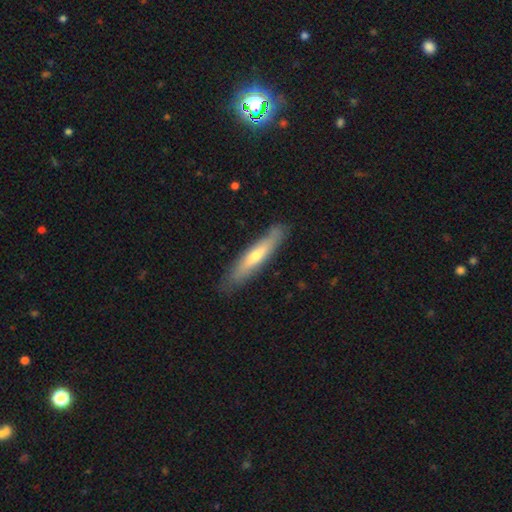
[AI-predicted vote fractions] Morphology: type=featured or disk (49%); merging=none (86%).